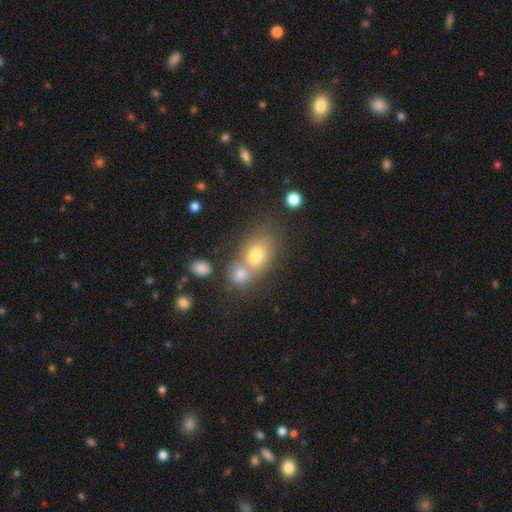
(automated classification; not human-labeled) Overall: smooth (70%). How rounded: in between (63%; round 35%). Merging: merger (49%; none 37%).